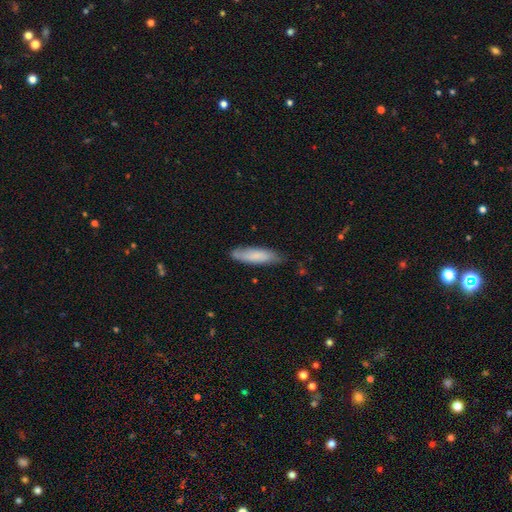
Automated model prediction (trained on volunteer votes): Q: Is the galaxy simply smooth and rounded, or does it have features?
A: smooth — 77%.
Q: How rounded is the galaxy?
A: cigar-shaped — 68%.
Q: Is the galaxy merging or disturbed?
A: none — 76%.